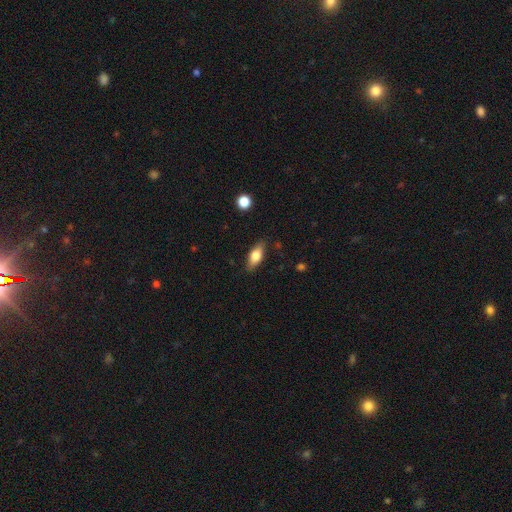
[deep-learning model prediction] Overall: smooth (68%). How rounded: in between (75%). Merging: none (84%).